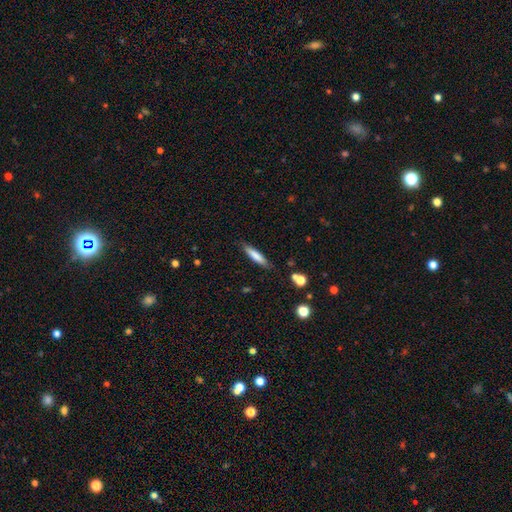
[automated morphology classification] The model was most divided on "smooth or featured": smooth: 75%, featured or disk: 18%, star or artifact: 7%. More confident: merging — none (84%); how rounded — cigar-shaped (84%).